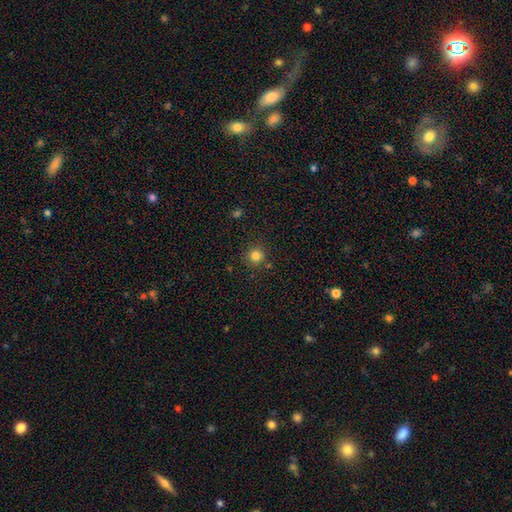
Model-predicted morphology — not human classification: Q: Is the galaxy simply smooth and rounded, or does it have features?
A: smooth — 81%.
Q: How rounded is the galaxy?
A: round — 94%.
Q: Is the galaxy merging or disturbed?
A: none — 85%.